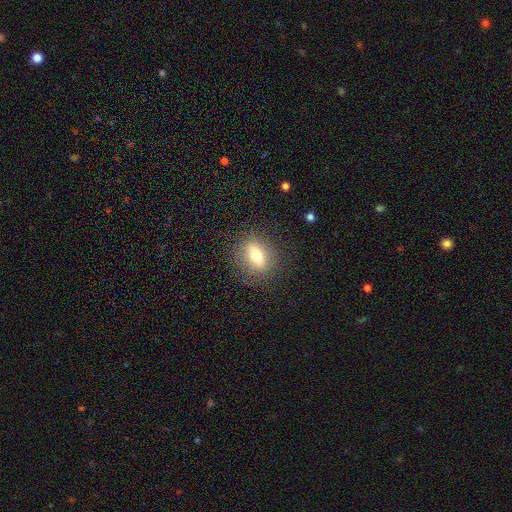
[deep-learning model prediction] smooth-or-featured: smooth: 59% | featured or disk: 31% | star or artifact: 10%
  how-rounded: in between: 54% | round: 35% | cigar-shaped: 11%
  merging: none: 85% | minor disturbance: 10% | major disturbance: 4% | merger: 1%